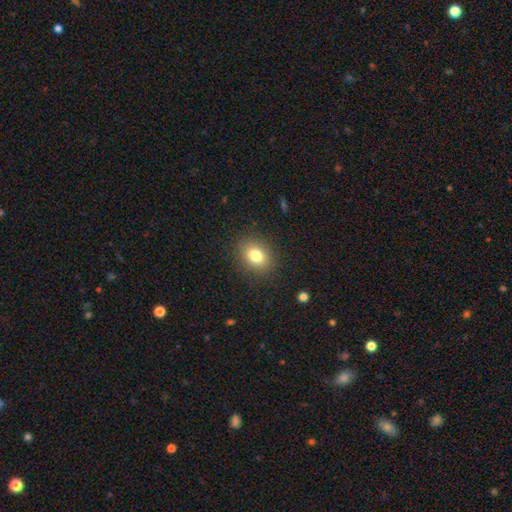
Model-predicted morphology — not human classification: type=smooth (80%); roundness=round (52%); merging=none (88%).